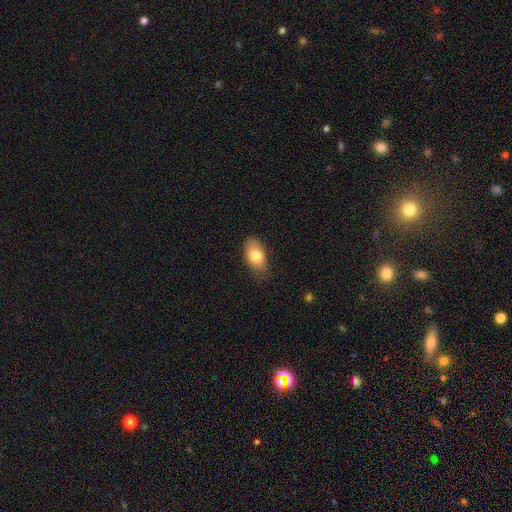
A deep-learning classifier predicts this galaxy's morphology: smooth 79%, featured or disk 13%, star or artifact 7%. Down the decision tree: how rounded — in between (91%); merging — none (74%).